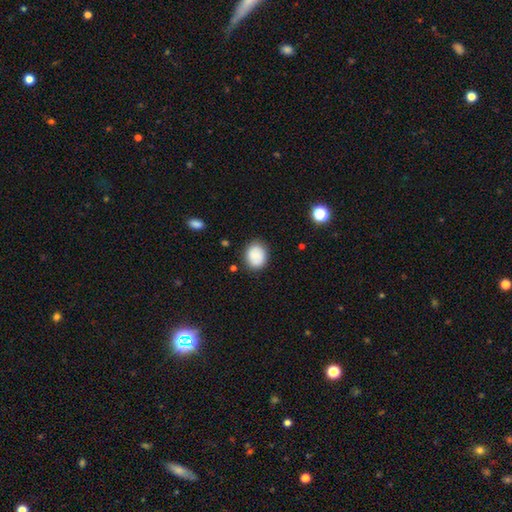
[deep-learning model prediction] This appears to be a smooth galaxy with no disk features (82%) that is round (58%). Merging: none (83%).